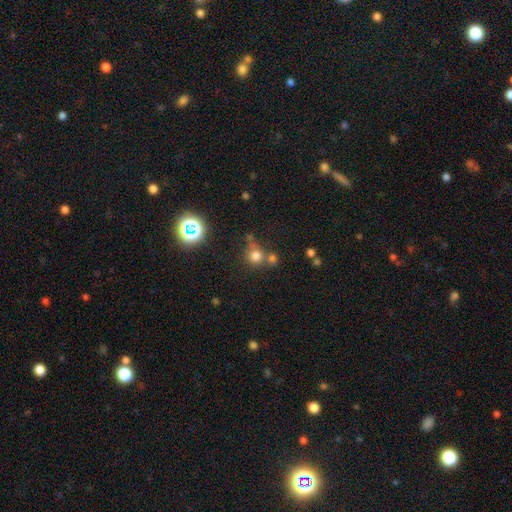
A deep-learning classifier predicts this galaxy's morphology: type=smooth (72%); roundness=round (89%); merging=none (56%).